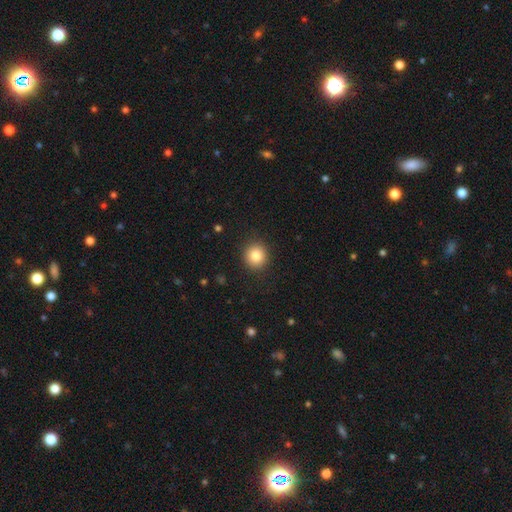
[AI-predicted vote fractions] The model was most divided on "smooth or featured": smooth: 83%, star or artifact: 10%, featured or disk: 7%. More confident: merging — none (91%); how rounded — round (90%).